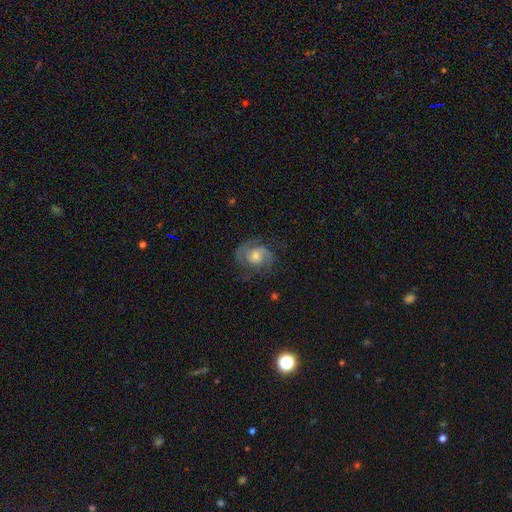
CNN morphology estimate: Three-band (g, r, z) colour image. It shows a featured or disk galaxy (81%) with no bar (66%), 2 (73%) medium (47%) spiral arms (95%) and a moderate central bulge (53%). Merging: none (71%).